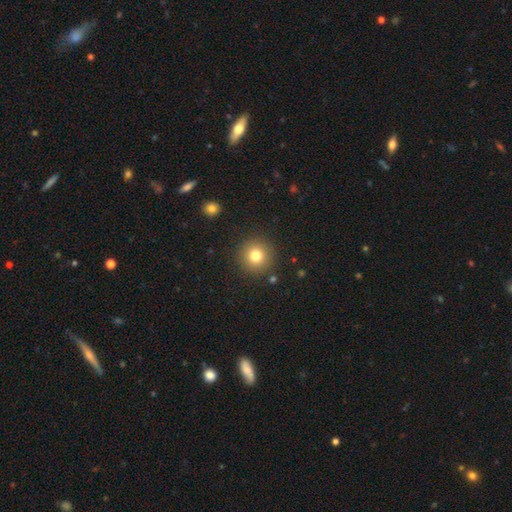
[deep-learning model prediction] smooth 79%, star or artifact 12%, featured or disk 9%. Down the decision tree: how rounded — round (95%); merging — none (90%).